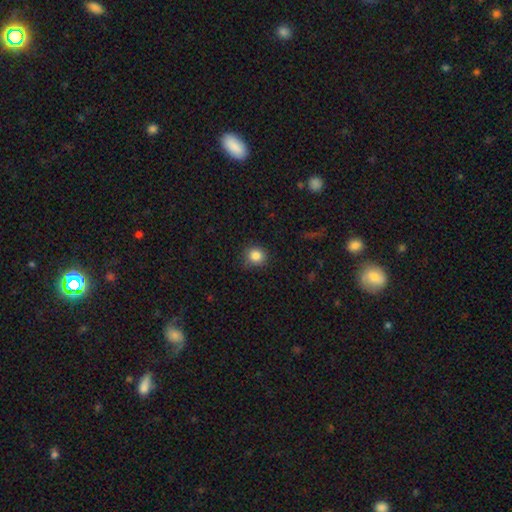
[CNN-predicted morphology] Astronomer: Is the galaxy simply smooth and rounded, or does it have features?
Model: smooth — 84%.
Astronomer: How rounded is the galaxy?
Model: round — 90%.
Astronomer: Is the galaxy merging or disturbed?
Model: none — 85%.